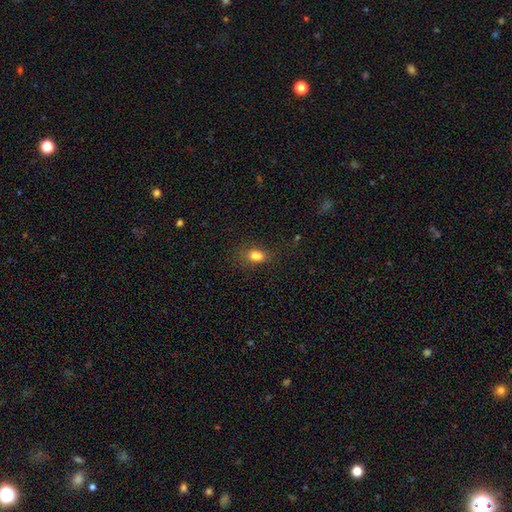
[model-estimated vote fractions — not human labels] Smooth or featured?
  - smooth: 80% *
  - star or artifact: 12%
  - featured or disk: 8%
How rounded?
  - in between: 79% *
  - round: 18%
  - cigar-shaped: 3%
Merging?
  - none: 65% *
  - minor disturbance: 21%
  - major disturbance: 9%
  - merger: 5%